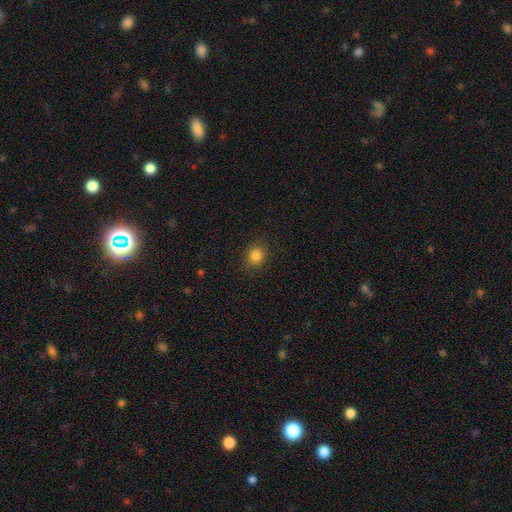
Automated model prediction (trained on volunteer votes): This is clearly a smooth galaxy (84%). How rounded: likely round (79%). Merging: clearly none (88%).